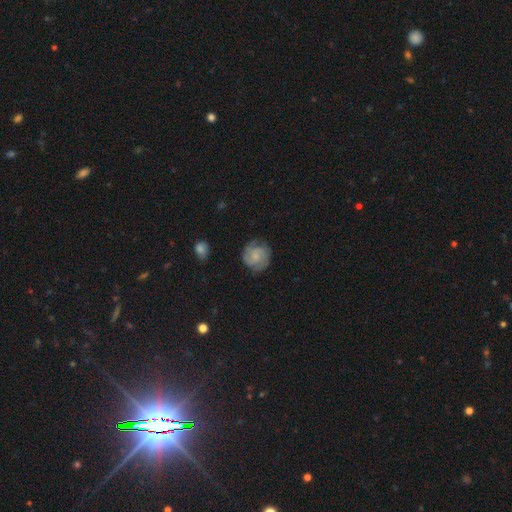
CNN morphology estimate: Smooth or featured?
  - featured or disk: 57% *
  - smooth: 36%
  - star or artifact: 7%
Edge-on disk?
  - no: 98% *
  - yes: 2%
Bar?
  - no: 65% *
  - weak: 31%
  - strong: 4%
Spiral arms?
  - yes: 90% *
  - no: 10%
Spiral winding?
  - tight: 47% *
  - medium: 40%
  - loose: 12%
Spiral arm count?
  - 2: 56% *
  - can't tell: 21%
  - 3: 13%
  - 1: 4%
  - 4: 3%
  - more than 4: 3%
Bulge size?
  - small: 56% *
  - moderate: 27%
  - none: 14%
  - large: 2%
  - dominant: 1%
Merging?
  - none: 73% *
  - minor disturbance: 19%
  - major disturbance: 7%
  - merger: 1%